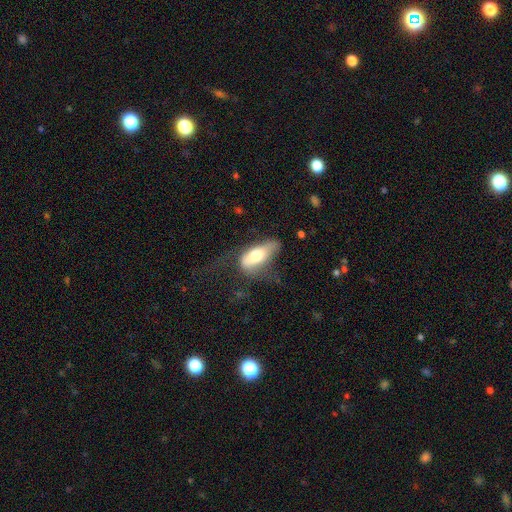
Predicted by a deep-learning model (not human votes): Smooth or featured? smooth (63%)
How rounded? in between (78%)
Merging? major disturbance (33%)